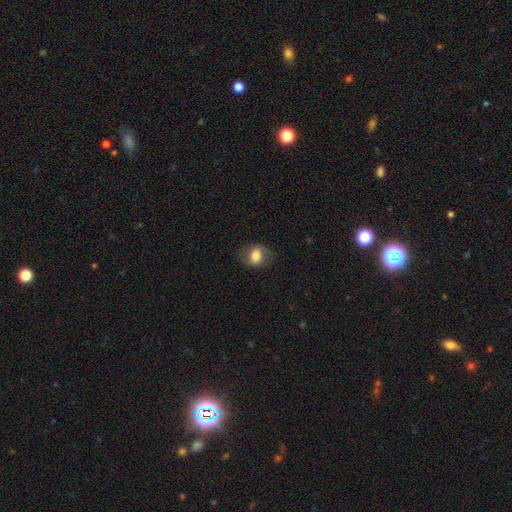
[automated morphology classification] type=smooth (63%); roundness=in between (64%); merging=none (74%).